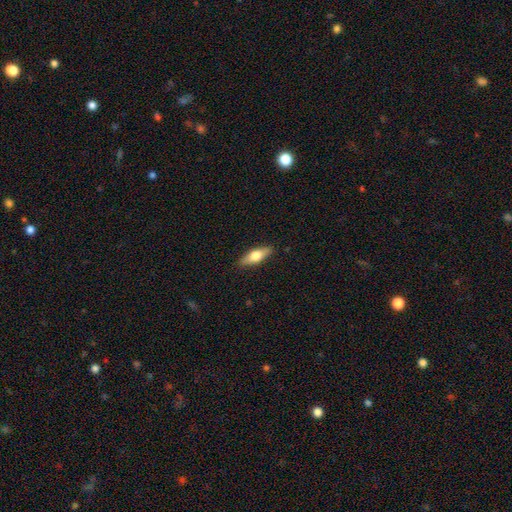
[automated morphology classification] The model was most divided on "smooth or featured": smooth: 58%, featured or disk: 36%, star or artifact: 6%. More confident: merging — none (88%); how rounded — in between (60%).